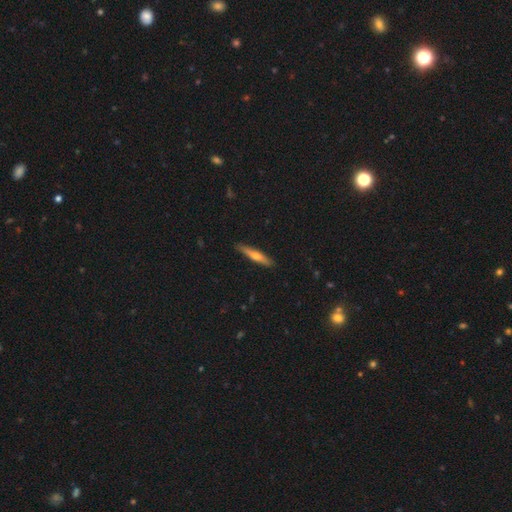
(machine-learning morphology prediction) Smooth or featured: featured or disk — 53% (smooth — 41%)
Edge-on disk: yes — 95% (no — 5%)
Edge-on bulge: rounded — 87% (none — 9%)
Merging: none — 90% (minor disturbance — 8%)